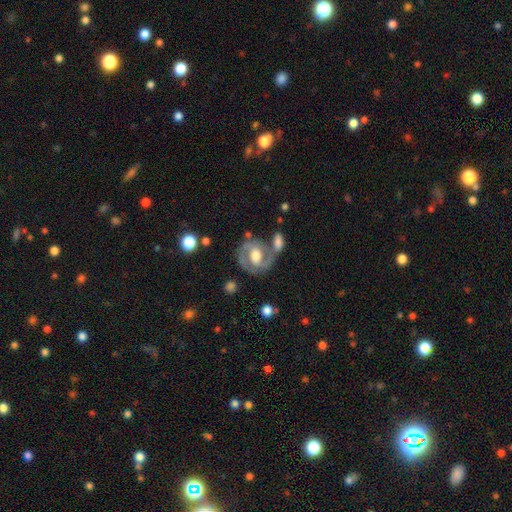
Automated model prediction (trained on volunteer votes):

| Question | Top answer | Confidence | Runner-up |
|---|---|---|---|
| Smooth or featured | featured or disk | 84% | smooth (10%) |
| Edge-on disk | no | 97% | yes (3%) |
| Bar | weak | 42% | no (36%) |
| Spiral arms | yes | 91% | no (9%) |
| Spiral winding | medium | 45% | tight (44%) |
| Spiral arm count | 2 | 86% | can't tell (5%) |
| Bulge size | moderate | 64% | large (21%) |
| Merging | none | 59% | merger (18%) |